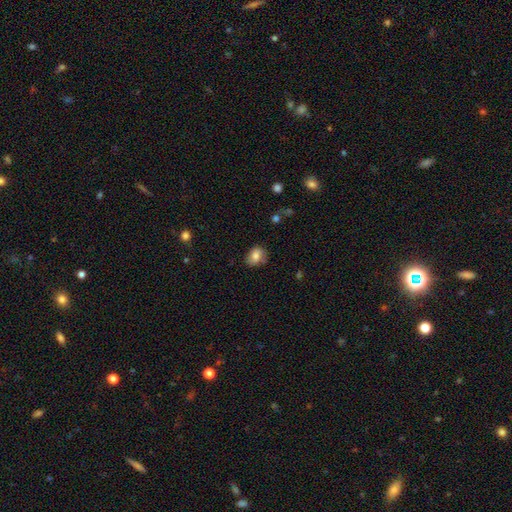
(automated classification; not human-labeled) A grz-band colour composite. It shows a smooth galaxy with no disk features (81%) that is in between round and cigar-shaped (61%). Merging: none (67%).